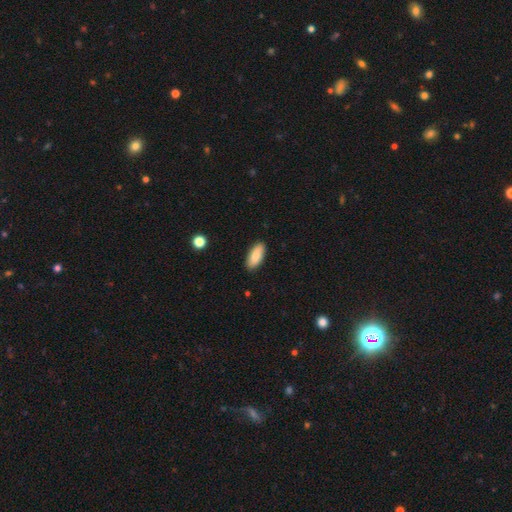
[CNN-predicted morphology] Smooth or featured? Predicted: smooth (p=0.83). How rounded? Predicted: in between (p=0.84). Merging? Predicted: none (p=0.88).